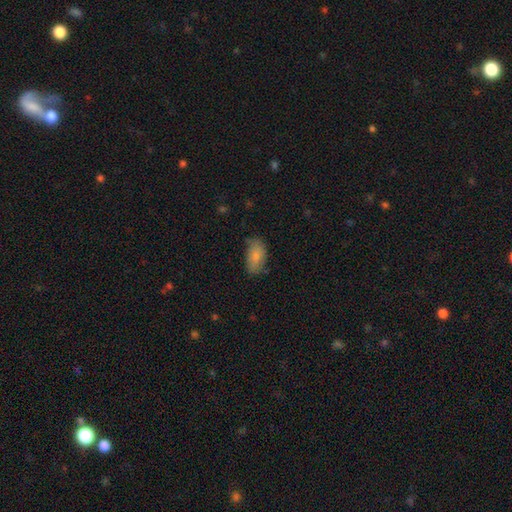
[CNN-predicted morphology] Smooth or featured? smooth (82%)
How rounded? in between (93%)
Merging? none (69%)